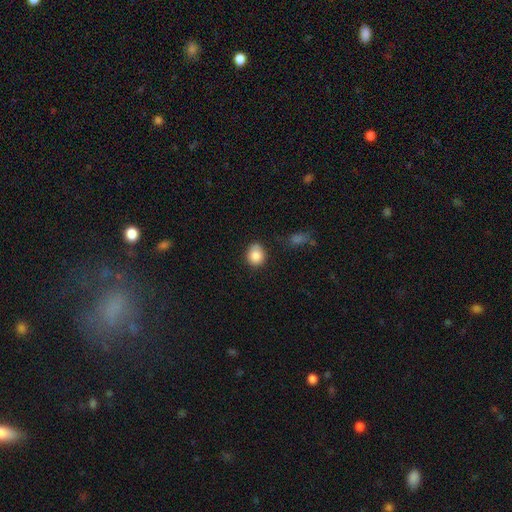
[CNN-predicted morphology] This appears to be a smooth galaxy with no disk features (85%) that is round (71%). Merging: none (78%).